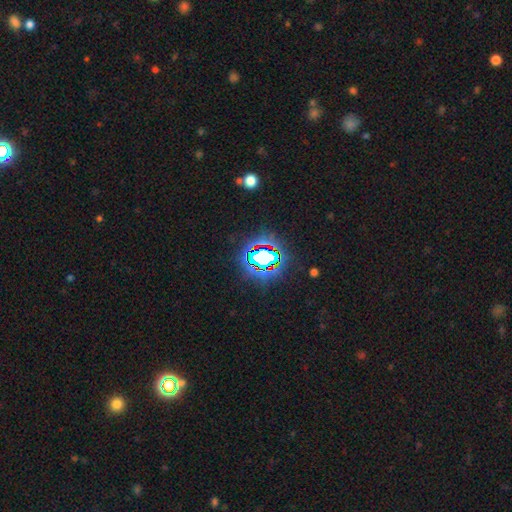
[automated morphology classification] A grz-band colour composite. It shows a star or artifact, not a galaxy (75%).